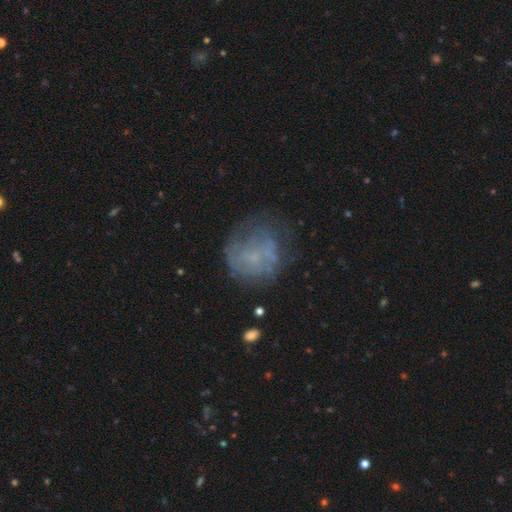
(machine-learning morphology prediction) This is marginally a featured or disk galaxy (43%). Merging: possibly none (53%).